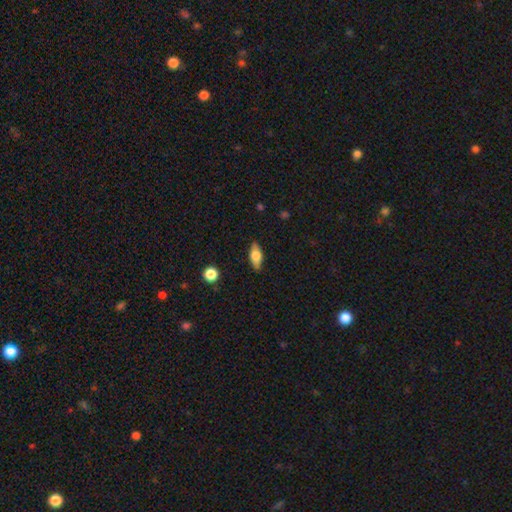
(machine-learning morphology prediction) smooth_or_featured: smooth (p=0.66) [alt: featured or disk p=0.27]
how_rounded: in between (p=0.78) [alt: cigar-shaped p=0.18]
merging: none (p=0.87) [alt: minor disturbance p=0.10]